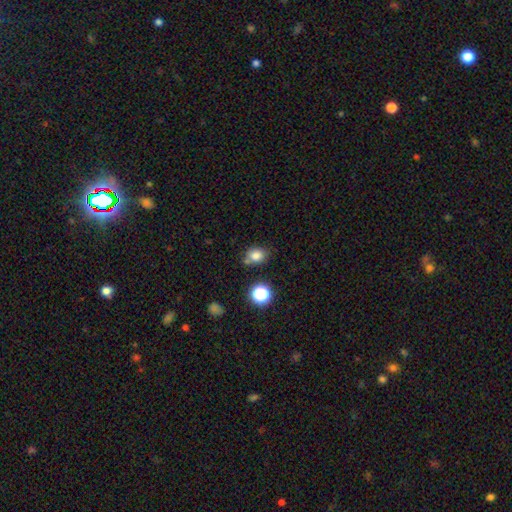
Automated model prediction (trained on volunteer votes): Smooth or featured?
  - smooth: 80% *
  - star or artifact: 14%
  - featured or disk: 7%
How rounded?
  - round: 54% *
  - in between: 45%
  - cigar-shaped: 1%
Merging?
  - none: 68% *
  - minor disturbance: 17%
  - merger: 10%
  - major disturbance: 4%